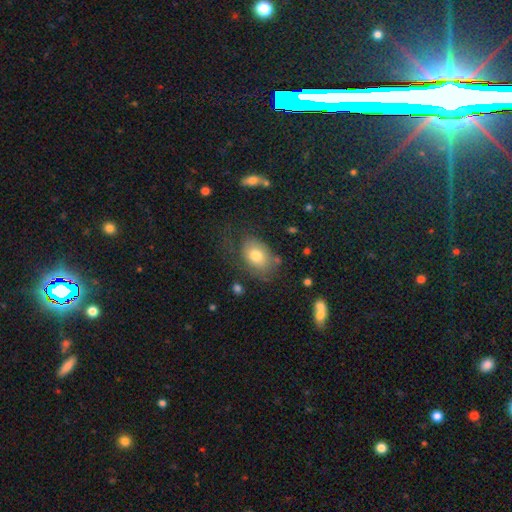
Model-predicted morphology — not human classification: The model was most divided on "merging": none: 55%, minor disturbance: 23%, major disturbance: 19%, merger: 3%. More confident: how rounded — in between (80%); smooth or featured — smooth (72%).